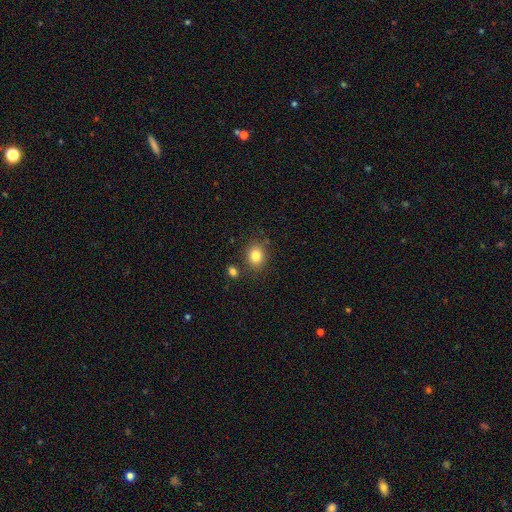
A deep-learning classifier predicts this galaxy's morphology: This appears to be a smooth galaxy with no disk features (82%) that is round (63%). Merging: none (79%).